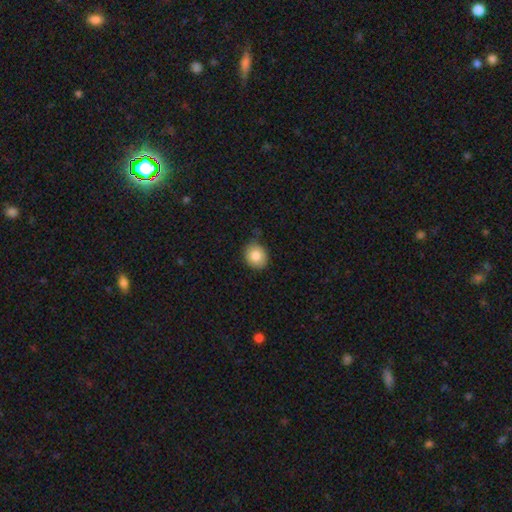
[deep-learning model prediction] Smooth or featured? smooth (83%)
How rounded? round (74%)
Merging? none (80%)